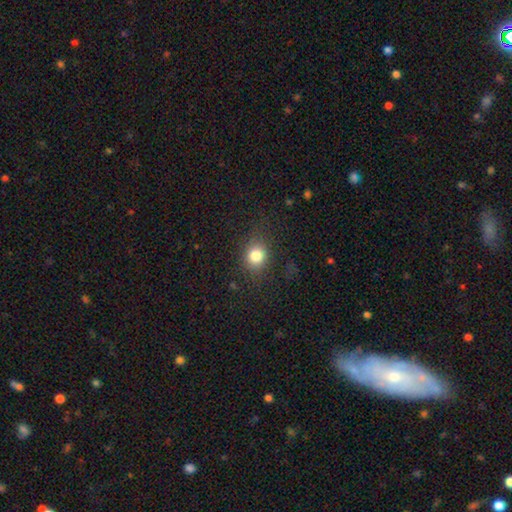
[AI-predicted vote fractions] smooth 81%, star or artifact 12%, featured or disk 8%. Down the decision tree: how rounded — round (65%); merging — none (77%).